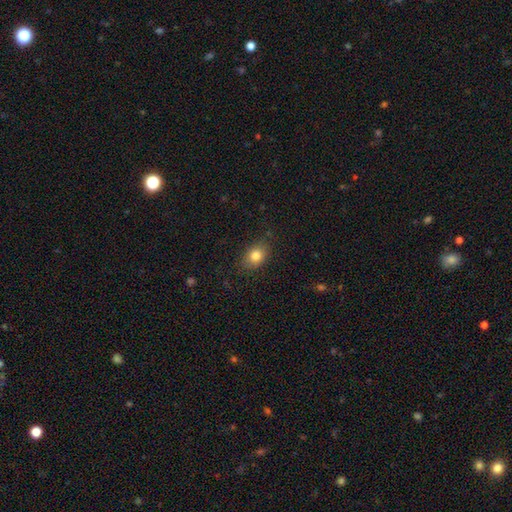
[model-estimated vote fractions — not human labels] Morphology: type=smooth (82%); roundness=in between (74%); merging=none (83%).